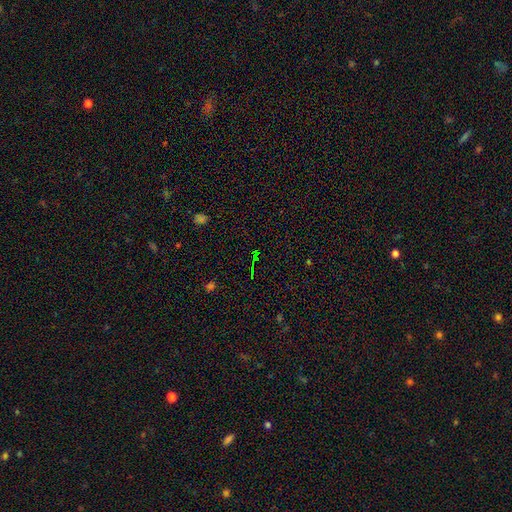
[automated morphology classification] Smooth or featured: star or artifact — 73% (smooth — 16%)